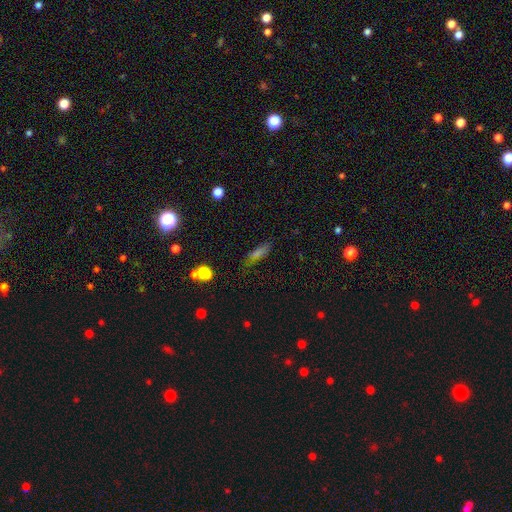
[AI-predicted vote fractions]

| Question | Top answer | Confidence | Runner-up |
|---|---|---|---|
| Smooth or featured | smooth | 54% | featured or disk (24%) |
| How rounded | cigar-shaped | 61% | in between (33%) |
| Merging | none | 74% | minor disturbance (17%) |